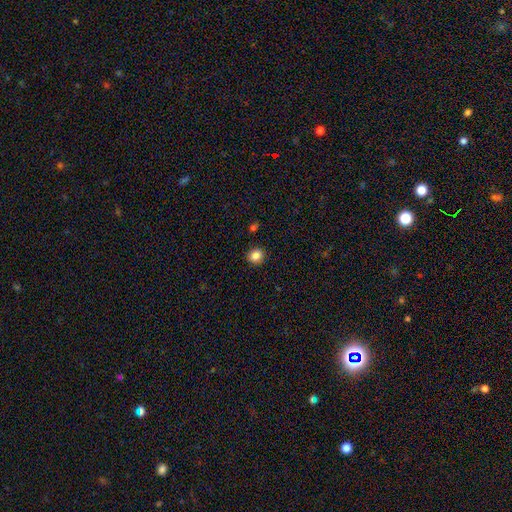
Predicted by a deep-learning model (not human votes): smooth_or_featured: smooth (p=0.86) [alt: star or artifact p=0.10]
how_rounded: round (p=0.80) [alt: in between p=0.19]
merging: none (p=0.91) [alt: minor disturbance p=0.06]